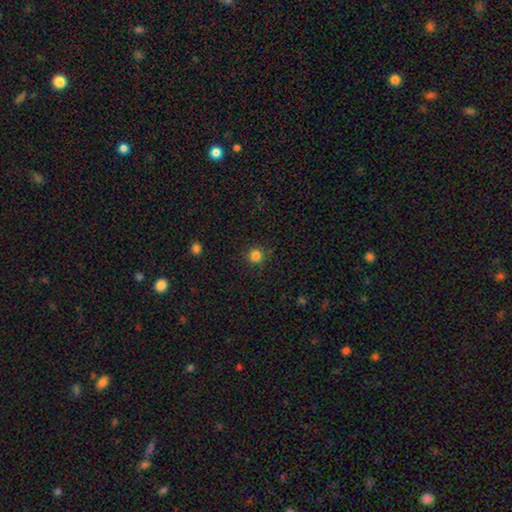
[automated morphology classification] Q: Smooth or featured?
A: smooth (83%); runner-up: star or artifact (13%)
Q: How rounded?
A: round (94%); runner-up: in between (5%)
Q: Merging?
A: none (88%); runner-up: minor disturbance (8%)